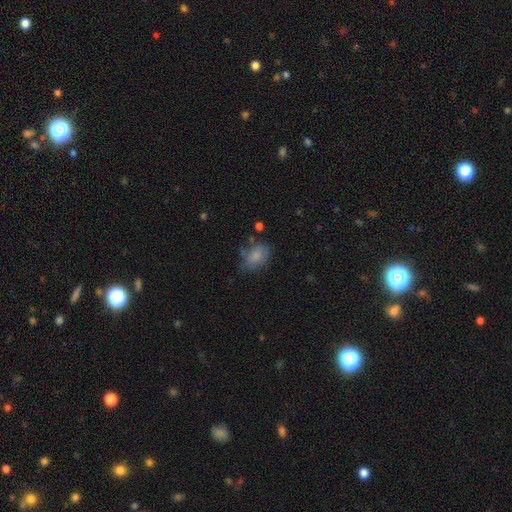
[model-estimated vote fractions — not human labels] A smooth galaxy with no disk features (76%) that is in between round and cigar-shaped (72%).

Vote fractions:
- Smooth or featured? smooth: 76% / featured or disk: 14% / star or artifact: 9%
- How rounded? in between: 72% / round: 27% / cigar-shaped: 1%
- Merging? none: 53% / minor disturbance: 28% / major disturbance: 13% / merger: 6%